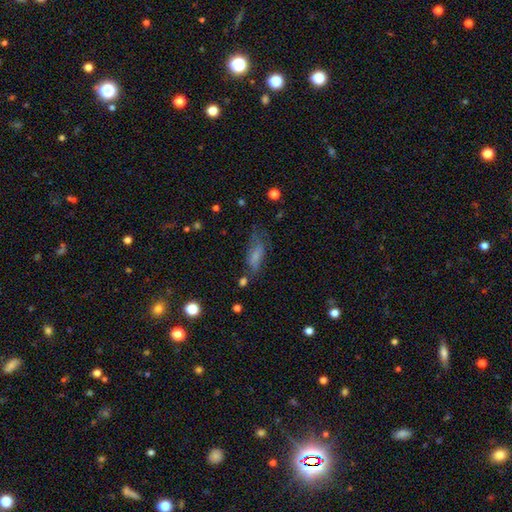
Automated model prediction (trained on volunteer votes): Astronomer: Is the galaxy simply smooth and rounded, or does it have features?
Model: smooth — 62%.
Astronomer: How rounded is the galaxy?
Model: in between — 68%.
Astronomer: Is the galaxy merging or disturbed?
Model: none — 45% (runner-up: minor disturbance, 28%).